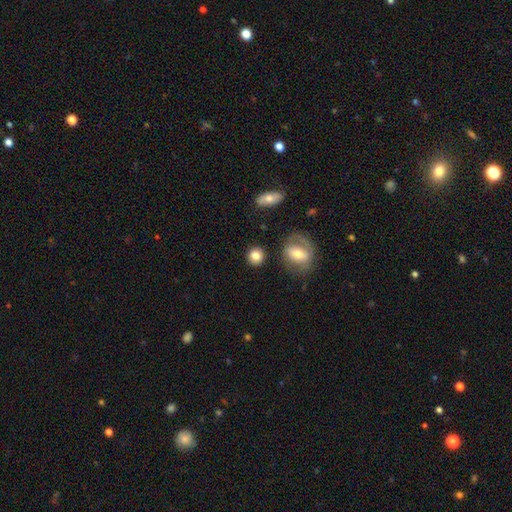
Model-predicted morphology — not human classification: Smooth or featured?
  - smooth: 82% *
  - featured or disk: 10%
  - star or artifact: 8%
How rounded?
  - round: 84% *
  - in between: 14%
  - cigar-shaped: 1%
Merging?
  - none: 84% *
  - minor disturbance: 9%
  - merger: 4%
  - major disturbance: 3%